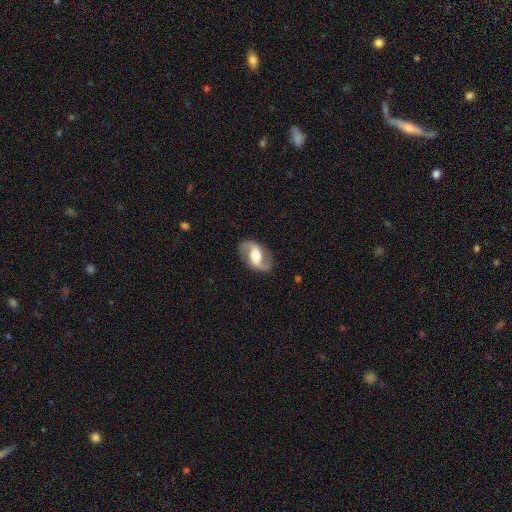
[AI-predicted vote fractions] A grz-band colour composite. It shows a featured or disk galaxy (81%) with a weak bar (43%), 2 (93%) loose (53%) spiral arms (92%) and a moderate central bulge (50%). Merging: none (83%).